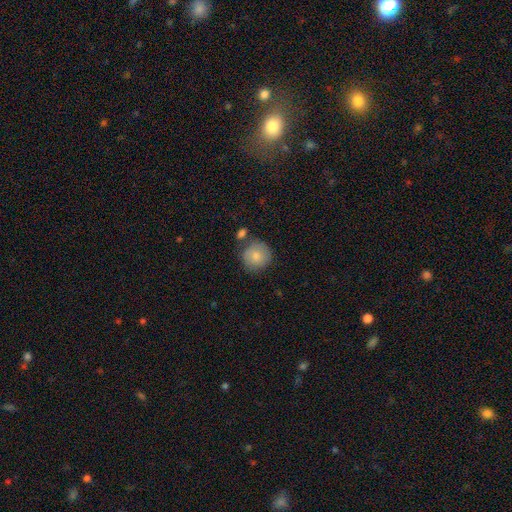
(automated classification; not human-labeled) smooth 82%, featured or disk 11%, star or artifact 7%. Down the decision tree: how rounded — round (92%); merging — none (70%).